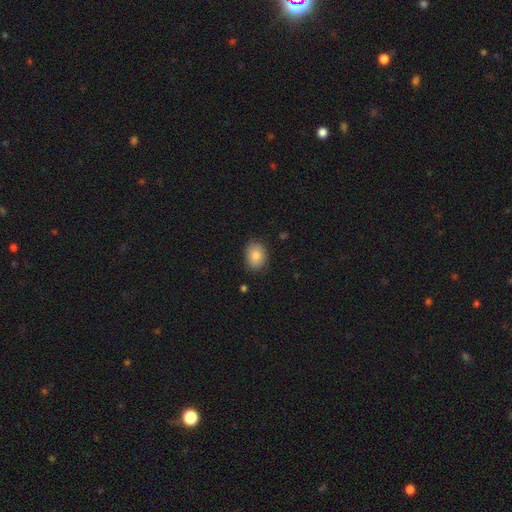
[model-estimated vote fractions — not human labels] smooth_or_featured: smooth (p=0.86) [alt: star or artifact p=0.08]
how_rounded: in between (p=0.65) [alt: round p=0.34]
merging: none (p=0.81) [alt: minor disturbance p=0.15]